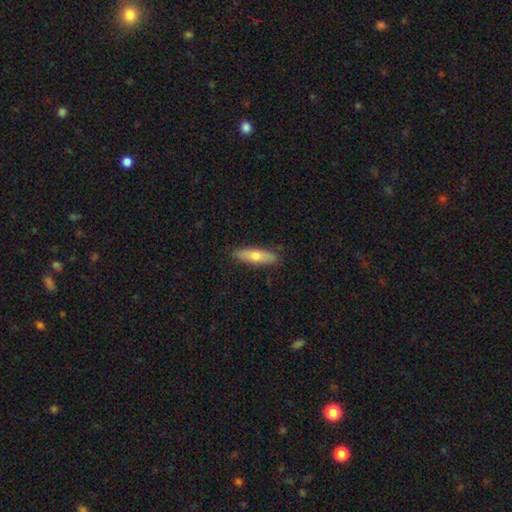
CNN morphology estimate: A smooth galaxy with no disk features (62%) that is cigar-shaped (69%).

Vote fractions:
- Smooth or featured? smooth: 62% / featured or disk: 32% / star or artifact: 6%
- How rounded? cigar-shaped: 69% / in between: 29% / round: 2%
- Merging? none: 89% / minor disturbance: 9% / major disturbance: 2% / merger: 1%